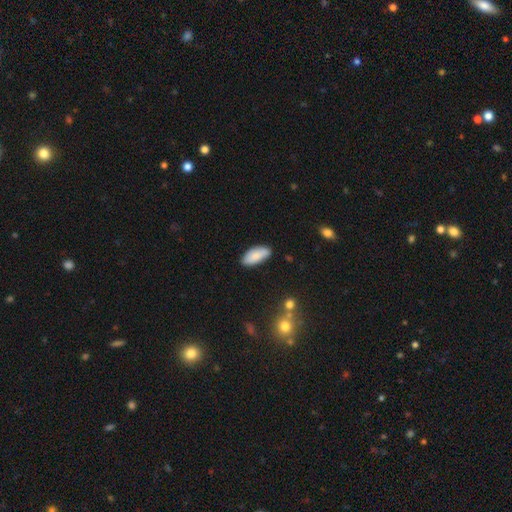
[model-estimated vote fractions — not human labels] smooth_or_featured: smooth (p=0.86) [alt: featured or disk p=0.08]
how_rounded: in between (p=0.86) [alt: cigar-shaped p=0.12]
merging: none (p=0.83) [alt: minor disturbance p=0.13]